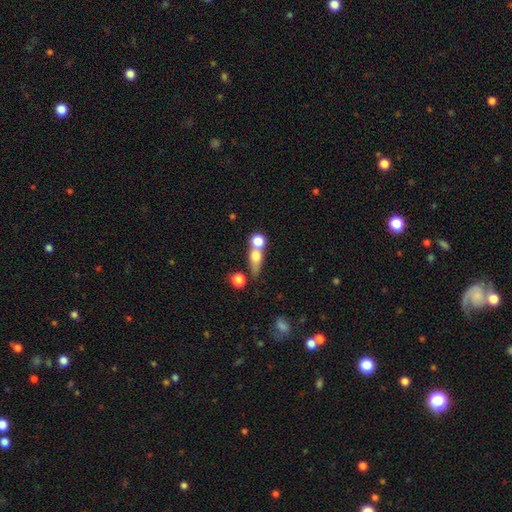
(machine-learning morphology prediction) Overall: smooth (65%). How rounded: round (47%; in between 34%). Merging: merger (49%; none 33%).